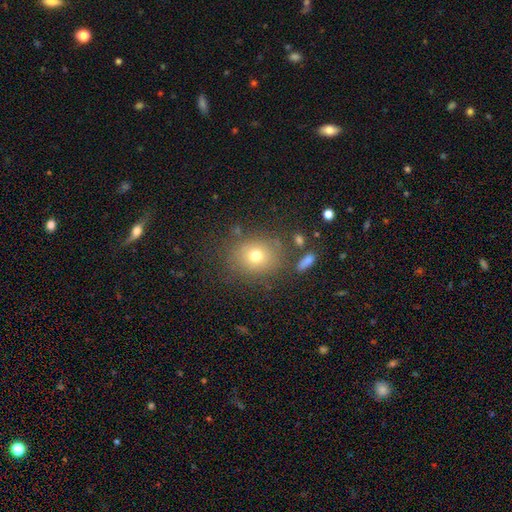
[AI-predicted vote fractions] Smooth or featured: smooth — 71% (star or artifact — 15%)
How rounded: round — 70% (in between — 29%)
Merging: none — 78% (minor disturbance — 13%)